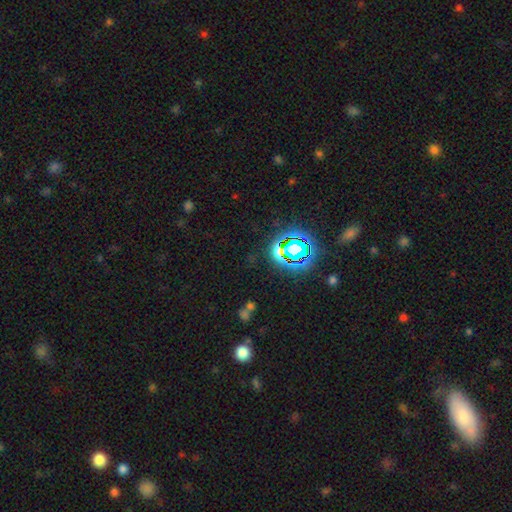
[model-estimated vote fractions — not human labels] star or artifact 76%, smooth 15%, featured or disk 9%.